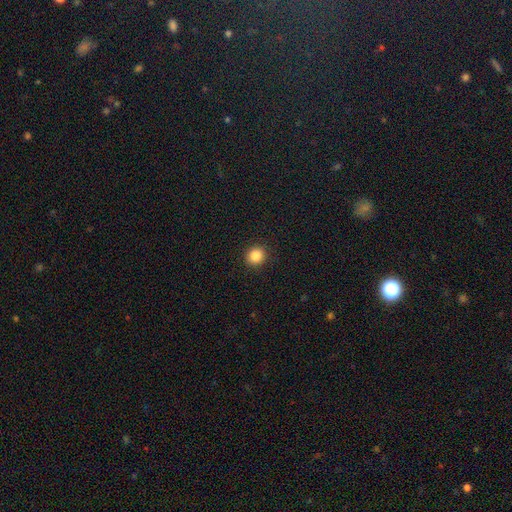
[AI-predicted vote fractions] Smooth or featured? Predicted: smooth (p=0.86). How rounded? Predicted: round (p=0.88). Merging? Predicted: none (p=0.92).